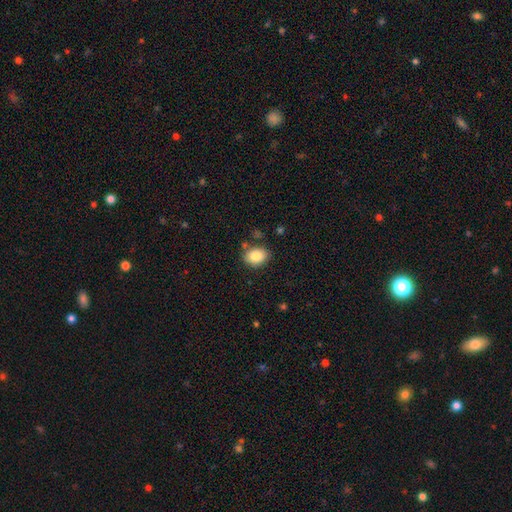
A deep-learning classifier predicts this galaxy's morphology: The model was most divided on "how rounded": in between: 62%, round: 37%, cigar-shaped: 1%. More confident: smooth or featured — smooth (83%); merging — none (81%).